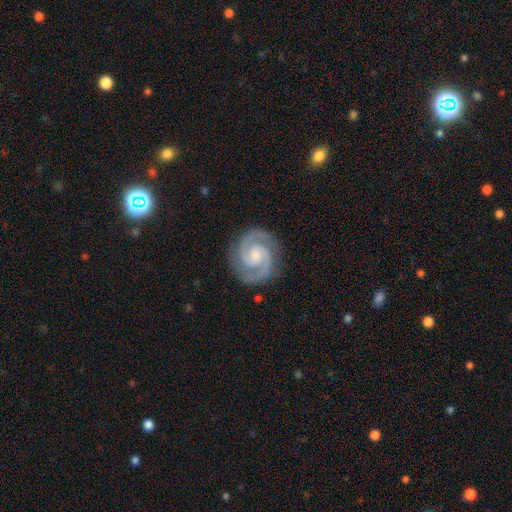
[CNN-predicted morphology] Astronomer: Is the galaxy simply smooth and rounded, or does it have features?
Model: featured or disk — 93%.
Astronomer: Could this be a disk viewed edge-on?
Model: no — 98%.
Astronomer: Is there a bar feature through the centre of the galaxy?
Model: no — 54% (runner-up: weak, 37%).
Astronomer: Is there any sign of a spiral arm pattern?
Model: yes — 99%.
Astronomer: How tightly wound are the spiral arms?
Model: tight — 57% (runner-up: medium, 39%).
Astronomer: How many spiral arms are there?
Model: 2 — 93%.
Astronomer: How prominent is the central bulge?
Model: small — 50% (runner-up: moderate, 37%).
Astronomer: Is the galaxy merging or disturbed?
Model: none — 86%.